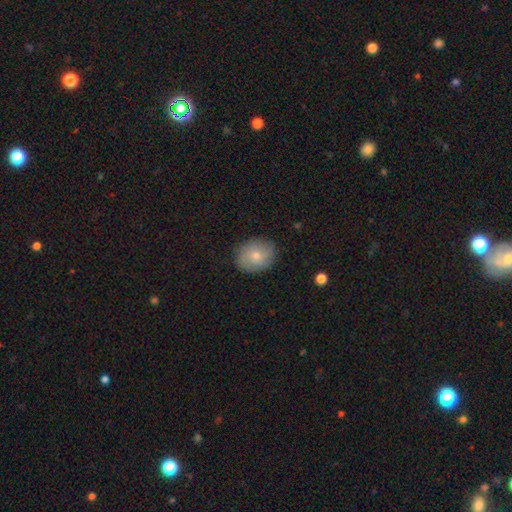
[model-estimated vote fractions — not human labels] Overall: smooth (69%). How rounded: round (59%; in between 40%). Merging: none (84%).